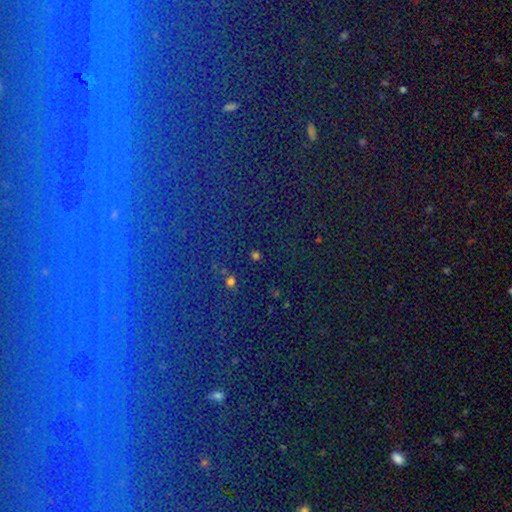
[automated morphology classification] A star or artifact, not a galaxy (72%).